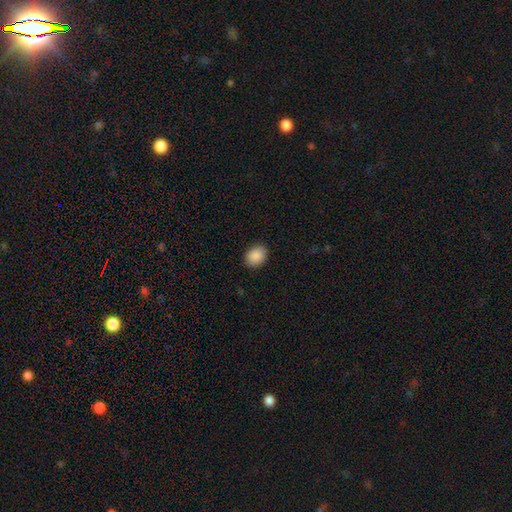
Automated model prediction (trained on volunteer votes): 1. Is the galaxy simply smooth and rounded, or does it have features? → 90% smooth, 7% star or artifact, 3% featured or disk.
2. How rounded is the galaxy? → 57% in between, 42% round, 1% cigar-shaped.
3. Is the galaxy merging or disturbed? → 89% none, 8% minor disturbance, 2% major disturbance, 1% merger.